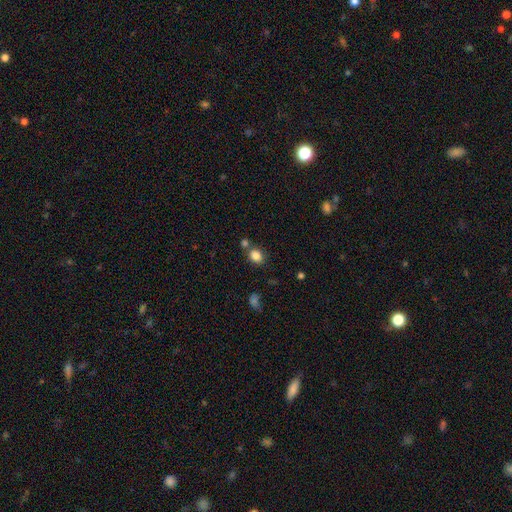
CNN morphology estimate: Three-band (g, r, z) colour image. It shows a smooth galaxy with no disk features (84%) that is round (57%). Merging: none (69%).